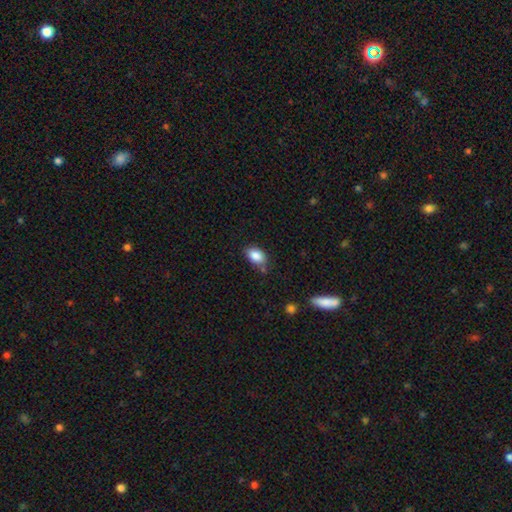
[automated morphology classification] Overall: smooth (86%). How rounded: in between (88%). Merging: none (67%).